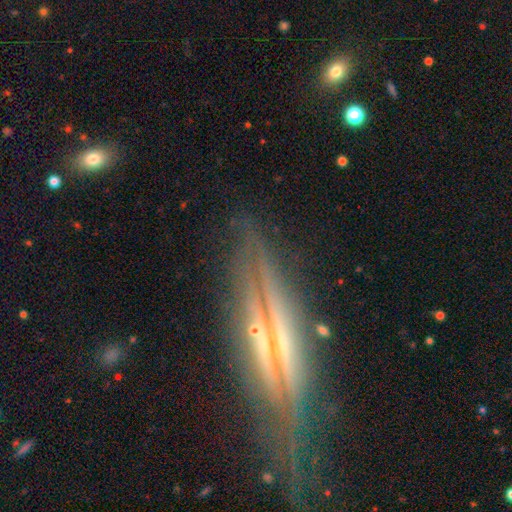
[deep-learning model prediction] Smooth or featured: featured or disk — 71% (smooth — 15%)
Edge-on disk: yes — 87% (no — 13%)
Edge-on bulge: rounded — 52% (none — 33%)
Merging: none — 74% (minor disturbance — 15%)